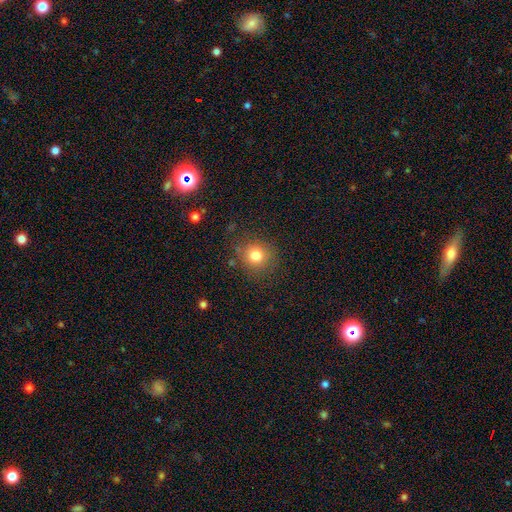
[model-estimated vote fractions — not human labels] A smooth galaxy with no disk features (80%) that is round (87%). Merging: none (81%).